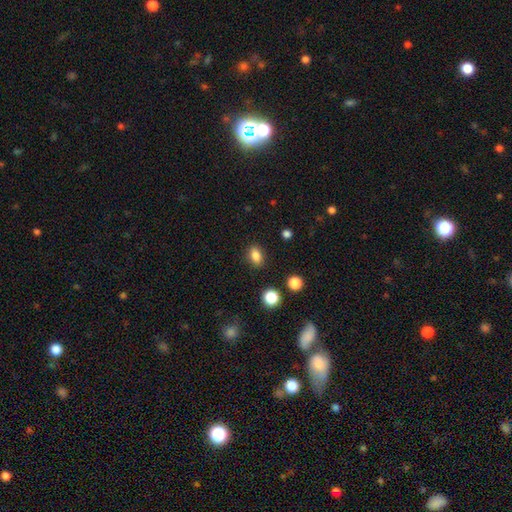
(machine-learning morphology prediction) type=smooth (84%); roundness=in between (75%); merging=none (86%).